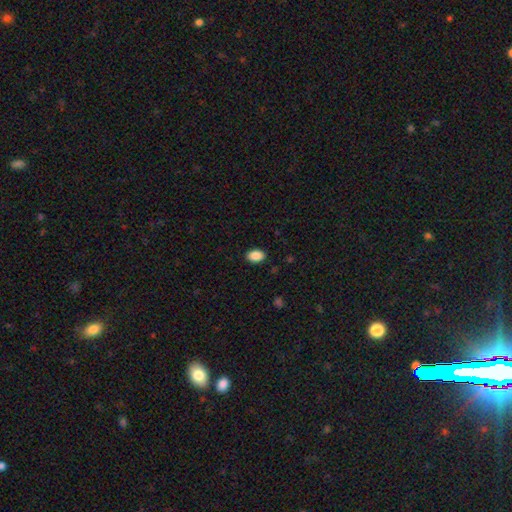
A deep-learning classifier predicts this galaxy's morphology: smooth-or-featured: smooth: 89% | star or artifact: 8% | featured or disk: 3%
  how-rounded: in between: 87% | round: 12% | cigar-shaped: 1%
  merging: none: 89% | minor disturbance: 8% | major disturbance: 2% | merger: 1%